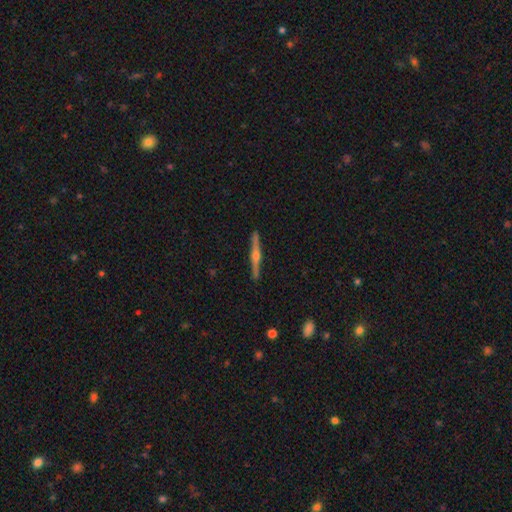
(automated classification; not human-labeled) Smooth or featured: featured or disk — 81% (smooth — 13%)
Edge-on disk: yes — 98% (no — 2%)
Edge-on bulge: rounded — 93% (none — 4%)
Merging: none — 92% (minor disturbance — 6%)